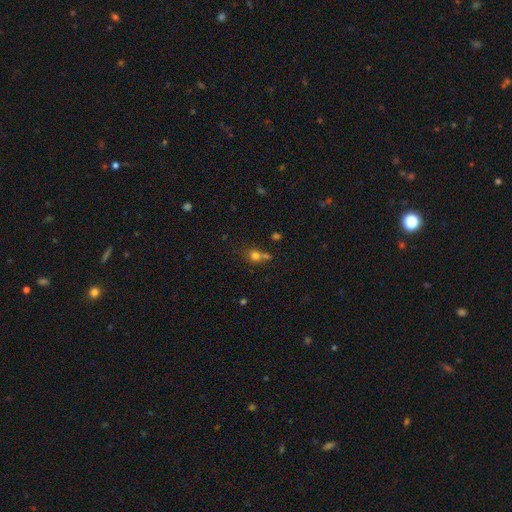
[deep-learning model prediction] A smooth galaxy with no disk features (75%) that is round (71%).

Vote fractions:
- Smooth or featured? smooth: 75% / star or artifact: 15% / featured or disk: 10%
- How rounded? round: 71% / in between: 28% / cigar-shaped: 2%
- Merging? none: 47% / merger: 32% / minor disturbance: 14% / major disturbance: 6%